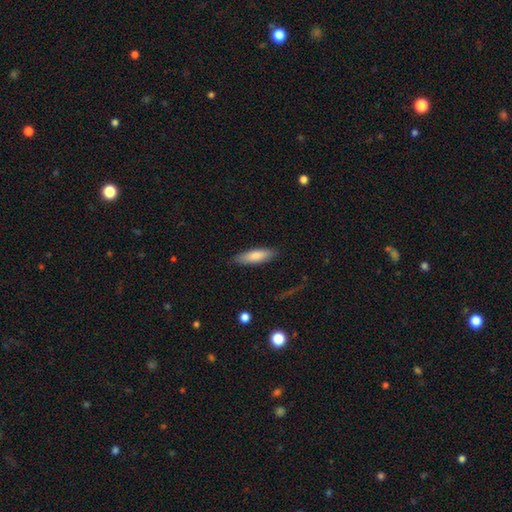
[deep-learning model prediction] This is clearly a smooth galaxy (81%). How rounded: possibly cigar-shaped (58%). Merging: clearly none (85%).